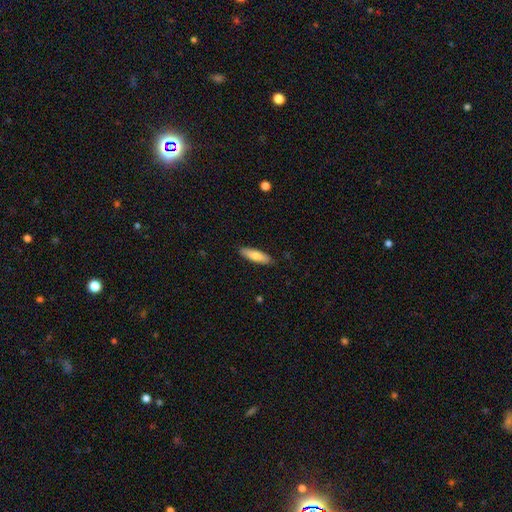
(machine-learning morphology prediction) Smooth or featured: smooth — 76% (featured or disk — 19%)
How rounded: cigar-shaped — 52% (in between — 47%)
Merging: none — 87% (minor disturbance — 10%)